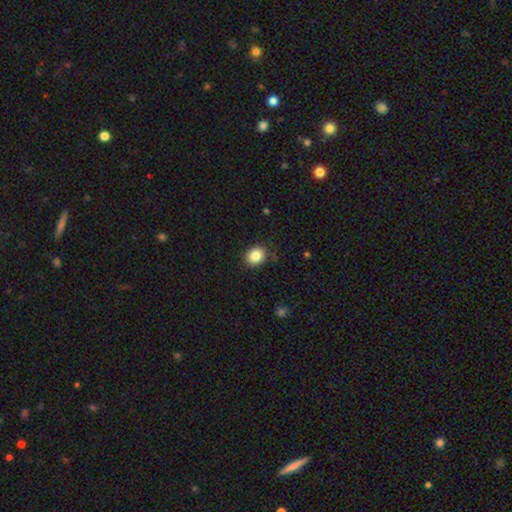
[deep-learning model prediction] Smooth or featured?
  - smooth: 86% *
  - star or artifact: 9%
  - featured or disk: 5%
How rounded?
  - round: 51% *
  - in between: 48%
  - cigar-shaped: 1%
Merging?
  - none: 85% *
  - minor disturbance: 11%
  - major disturbance: 3%
  - merger: 1%